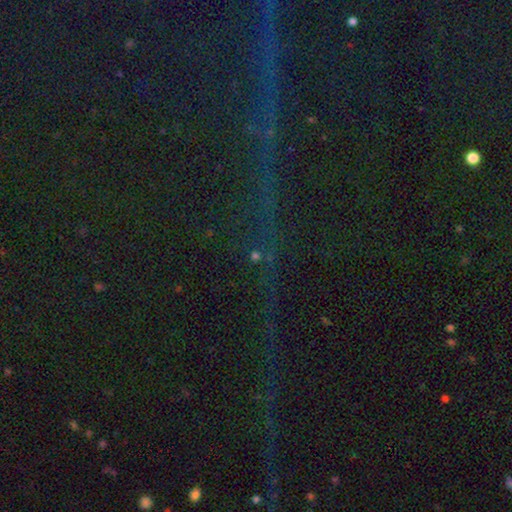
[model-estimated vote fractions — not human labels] Overall: star or artifact (69%).